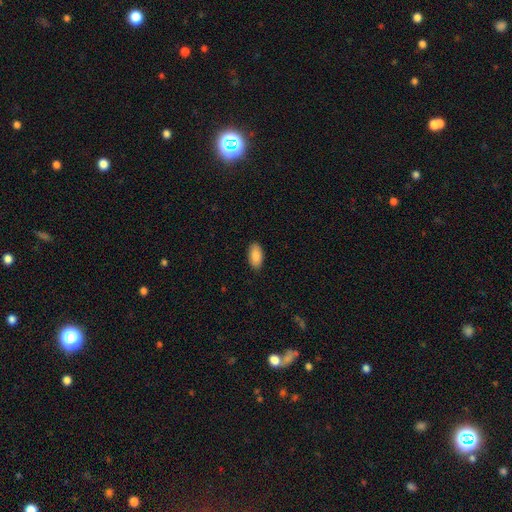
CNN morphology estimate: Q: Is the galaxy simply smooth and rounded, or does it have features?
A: smooth — 87%.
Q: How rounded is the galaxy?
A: in between — 94%.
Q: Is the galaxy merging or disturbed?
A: none — 89%.